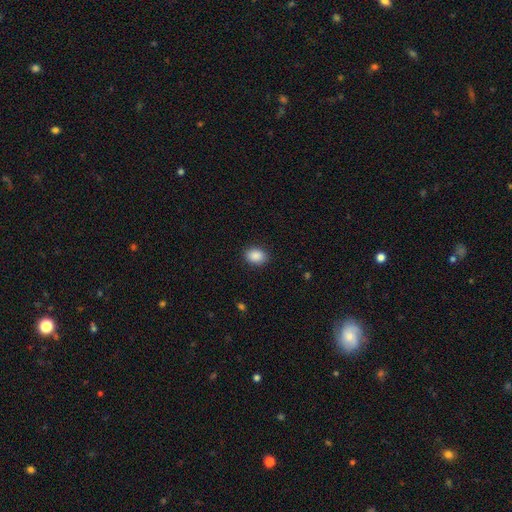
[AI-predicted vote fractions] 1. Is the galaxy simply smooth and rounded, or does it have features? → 89% smooth, 8% star or artifact, 3% featured or disk.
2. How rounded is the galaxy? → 65% in between, 34% round, 1% cigar-shaped.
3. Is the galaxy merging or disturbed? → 89% none, 8% minor disturbance, 2% major disturbance, 1% merger.